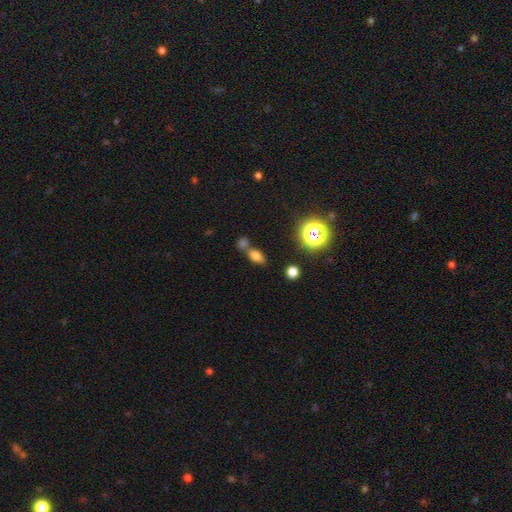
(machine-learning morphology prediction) A smooth galaxy with no disk features (69%) that is in between round and cigar-shaped (77%).

Vote fractions:
- Smooth or featured? smooth: 69% / star or artifact: 19% / featured or disk: 12%
- How rounded? in between: 77% / round: 14% / cigar-shaped: 8%
- Merging? none: 51% / merger: 33% / minor disturbance: 11% / major disturbance: 5%